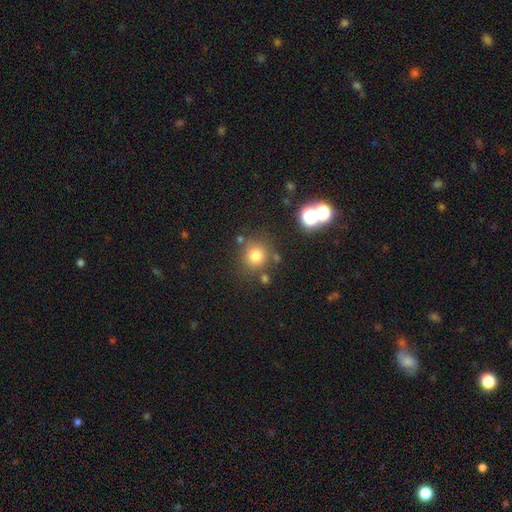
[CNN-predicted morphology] Smooth or featured? Predicted: smooth (p=0.77). How rounded? Predicted: round (p=0.90). Merging? Predicted: none (p=0.76).